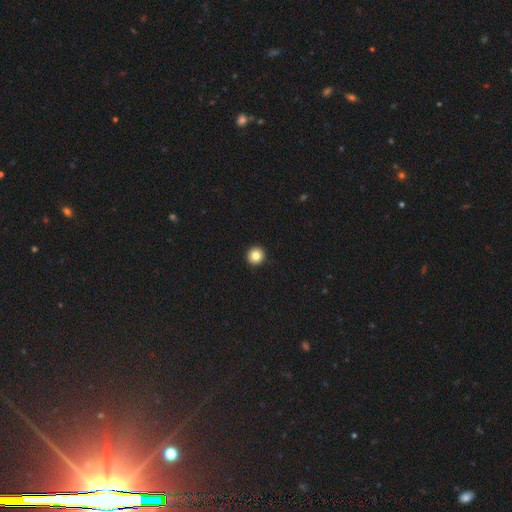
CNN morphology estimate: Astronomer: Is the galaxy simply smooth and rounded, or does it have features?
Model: smooth — 83%.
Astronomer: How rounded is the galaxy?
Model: round — 95%.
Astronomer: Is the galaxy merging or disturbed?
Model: none — 94%.